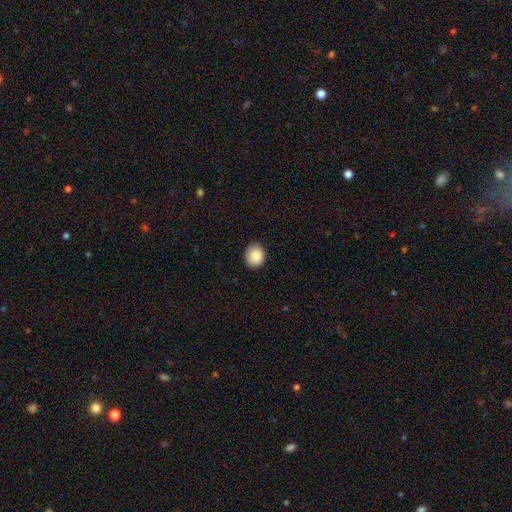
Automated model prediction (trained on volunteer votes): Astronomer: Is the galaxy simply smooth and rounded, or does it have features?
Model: smooth — 85%.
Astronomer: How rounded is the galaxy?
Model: round — 72%.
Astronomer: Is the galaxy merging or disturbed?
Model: none — 88%.